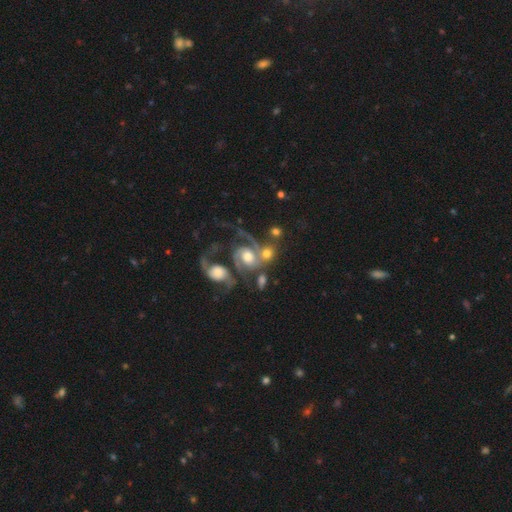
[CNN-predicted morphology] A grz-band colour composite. It shows a featured or disk galaxy (72%) with no bar (69%), 2 (50%) medium (41%) spiral arms (80%) and a moderate central bulge (51%). Merging: merger (62%).